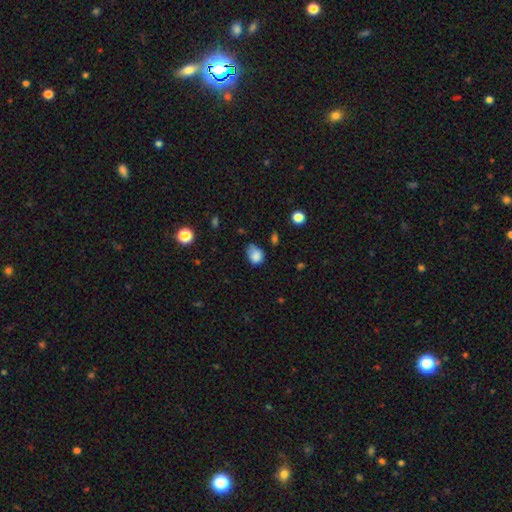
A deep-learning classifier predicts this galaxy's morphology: Q: Smooth or featured?
A: smooth (82%); runner-up: star or artifact (10%)
Q: How rounded?
A: in between (57%); runner-up: round (42%)
Q: Merging?
A: minor disturbance (44%); runner-up: none (35%)